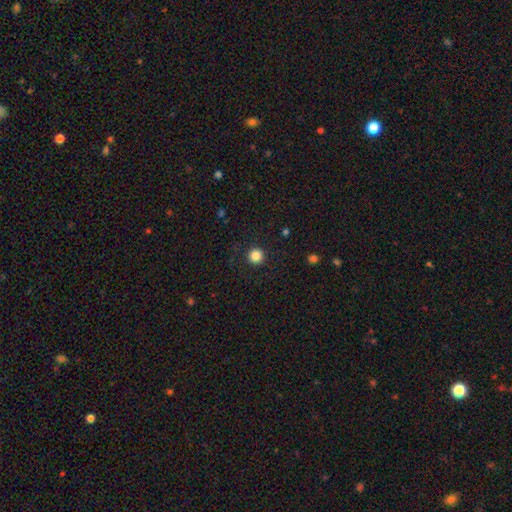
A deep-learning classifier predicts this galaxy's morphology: This appears to be a smooth galaxy with no disk features (85%) that is round (96%). Merging: none (91%).